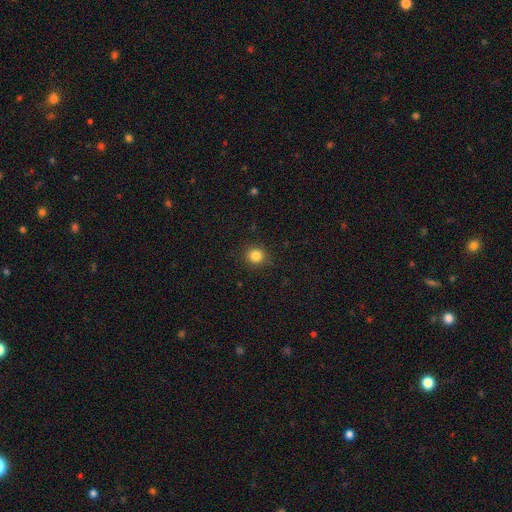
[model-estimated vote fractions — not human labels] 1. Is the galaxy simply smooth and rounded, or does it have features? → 84% smooth, 11% star or artifact, 4% featured or disk.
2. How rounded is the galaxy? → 91% round, 8% in between, 1% cigar-shaped.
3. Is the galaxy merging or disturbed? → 89% none, 8% minor disturbance, 2% major disturbance, 1% merger.